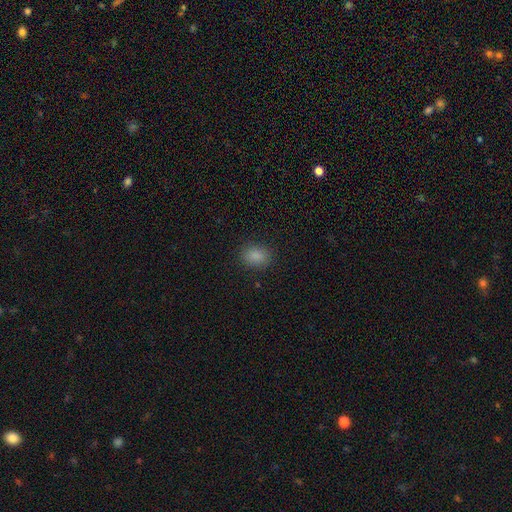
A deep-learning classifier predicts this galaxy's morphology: Q: Smooth or featured?
A: smooth (86%); runner-up: star or artifact (11%)
Q: How rounded?
A: round (53%); runner-up: in between (46%)
Q: Merging?
A: none (87%); runner-up: minor disturbance (9%)